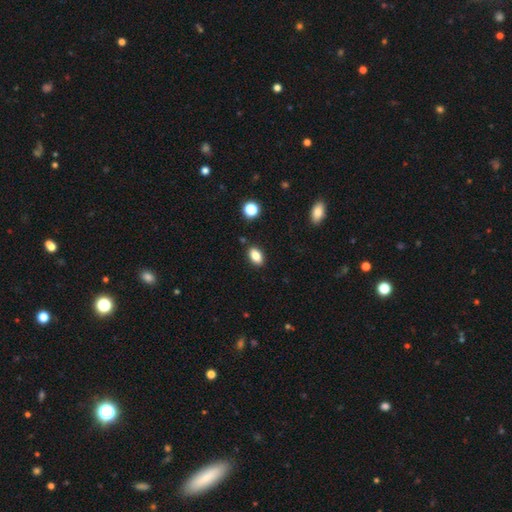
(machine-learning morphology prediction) Smooth or featured: smooth — 85% (star or artifact — 9%)
How rounded: in between — 88% (round — 10%)
Merging: none — 86% (minor disturbance — 9%)